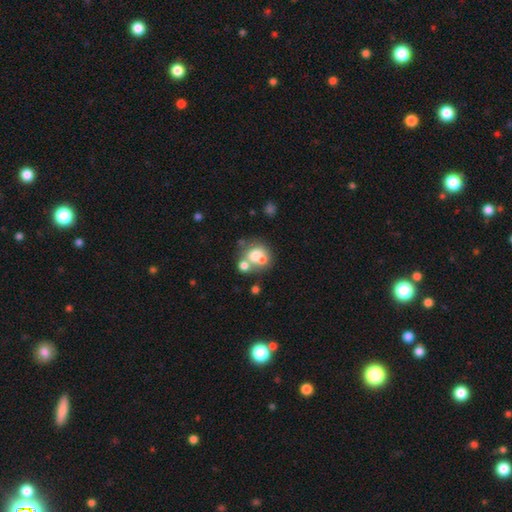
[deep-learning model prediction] This appears to be a smooth galaxy with no disk features (62%) that is round (74%). Merging: merger (48%).